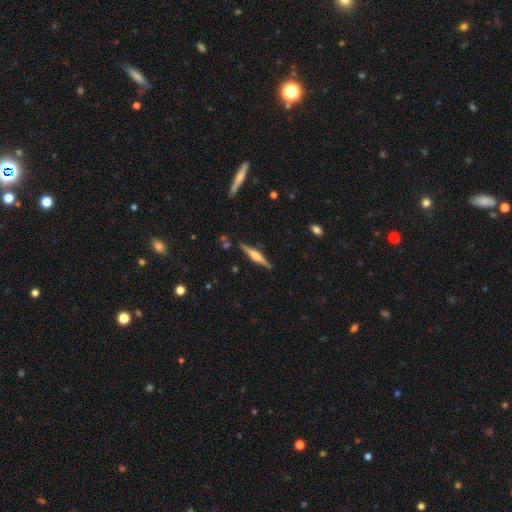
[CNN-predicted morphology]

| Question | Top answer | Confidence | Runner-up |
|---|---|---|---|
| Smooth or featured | featured or disk | 67% | smooth (26%) |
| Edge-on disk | yes | 97% | no (3%) |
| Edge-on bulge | rounded | 70% | boxy (23%) |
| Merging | none | 87% | minor disturbance (9%) |